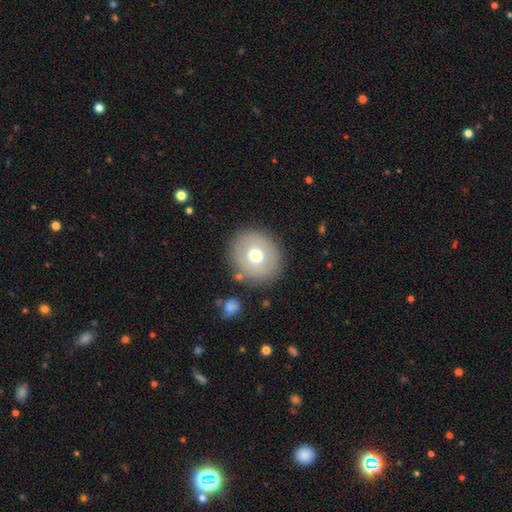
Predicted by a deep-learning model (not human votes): Smooth or featured?
  - smooth: 65% *
  - featured or disk: 26%
  - star or artifact: 9%
How rounded?
  - round: 83% *
  - in between: 16%
  - cigar-shaped: 1%
Merging?
  - none: 84% *
  - minor disturbance: 9%
  - major disturbance: 4%
  - merger: 3%